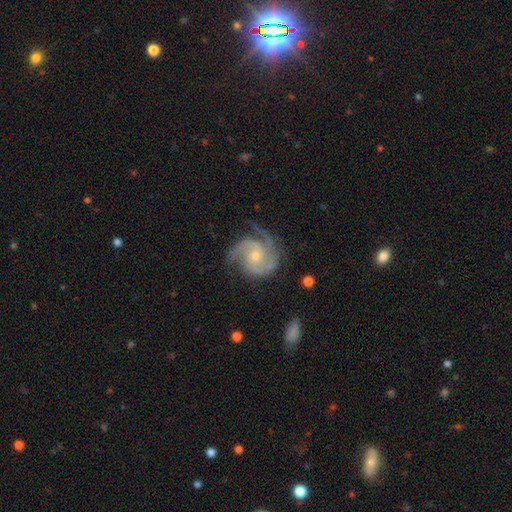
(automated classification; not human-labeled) Smooth or featured? featured or disk (92%)
Edge-on disk? no (98%)
Bar? no (71%)
Spiral arms? yes (98%)
Spiral winding? medium (47%)
Spiral arm count? 3 (56%)
Bulge size? small (70%)
Merging? none (72%)